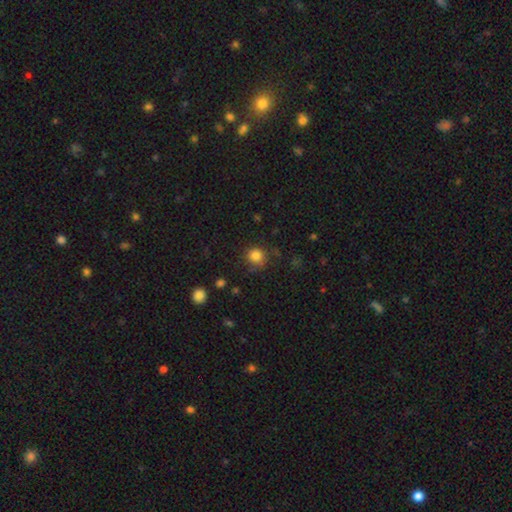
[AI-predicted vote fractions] A smooth galaxy with no disk features (83%) that is round (91%). Merging: none (77%).